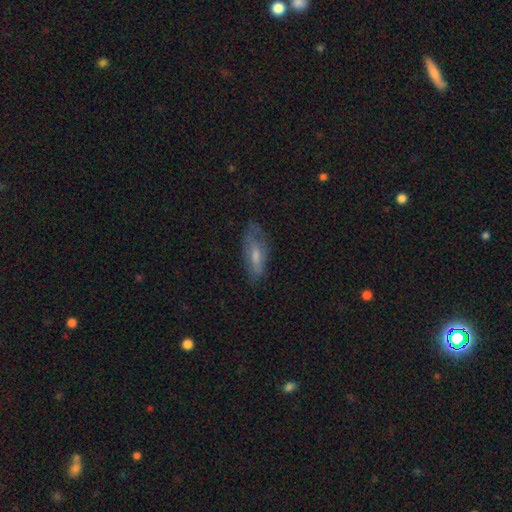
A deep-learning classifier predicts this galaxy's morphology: Q: Smooth or featured?
A: smooth (48%); runner-up: featured or disk (43%)
Q: Merging?
A: none (64%); runner-up: minor disturbance (25%)